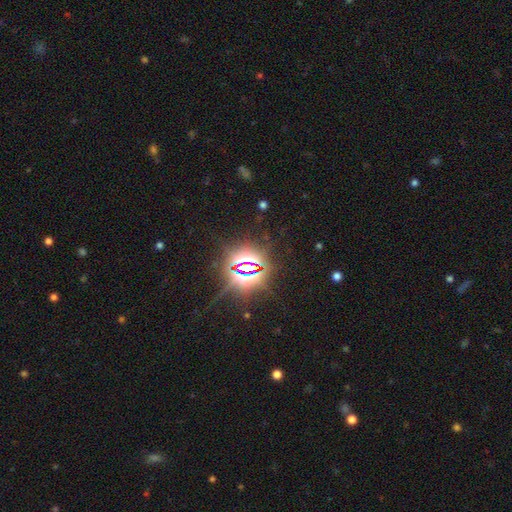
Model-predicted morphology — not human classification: Overall: star or artifact (84%).